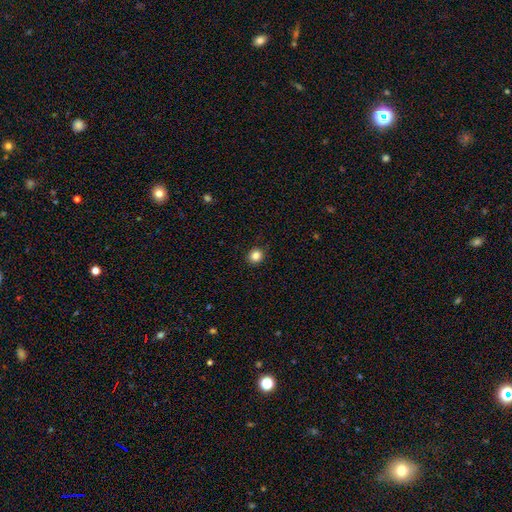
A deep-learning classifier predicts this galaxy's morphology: Smooth or featured? smooth (84%)
How rounded? round (90%)
Merging? none (91%)